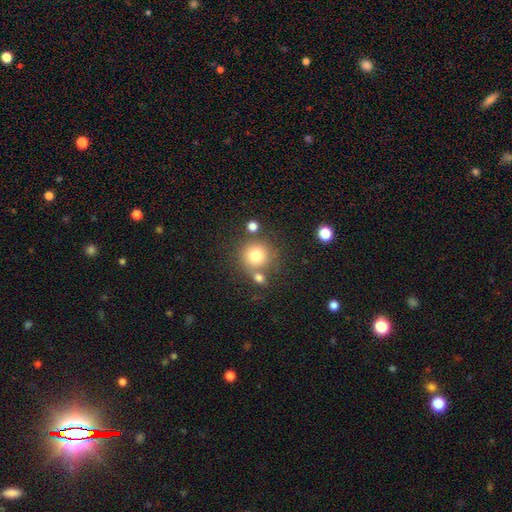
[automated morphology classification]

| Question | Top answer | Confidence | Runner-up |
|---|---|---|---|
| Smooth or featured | smooth | 77% | star or artifact (12%) |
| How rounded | round | 91% | in between (8%) |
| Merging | none | 63% | merger (22%) |